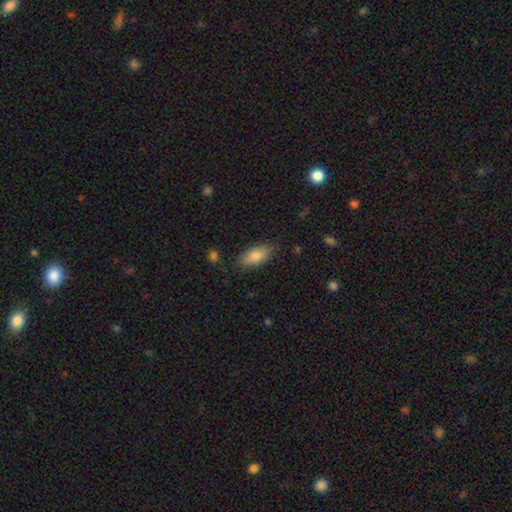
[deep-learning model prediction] Overall: smooth (83%). How rounded: in between (89%). Merging: none (80%).